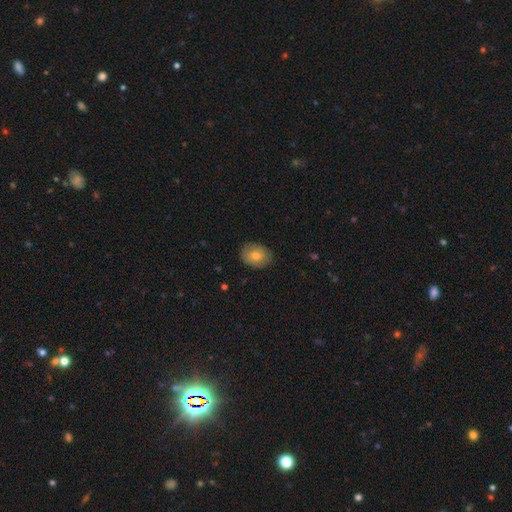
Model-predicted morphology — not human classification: The model was most divided on "how rounded": in between: 62%, round: 37%, cigar-shaped: 1%. More confident: merging — none (85%); smooth or featured — smooth (72%).